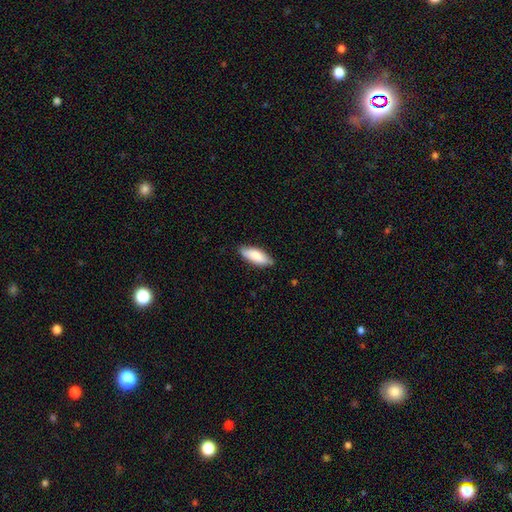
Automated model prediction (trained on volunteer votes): A smooth galaxy with no disk features (84%) that is in between round and cigar-shaped (73%). Merging: none (80%).